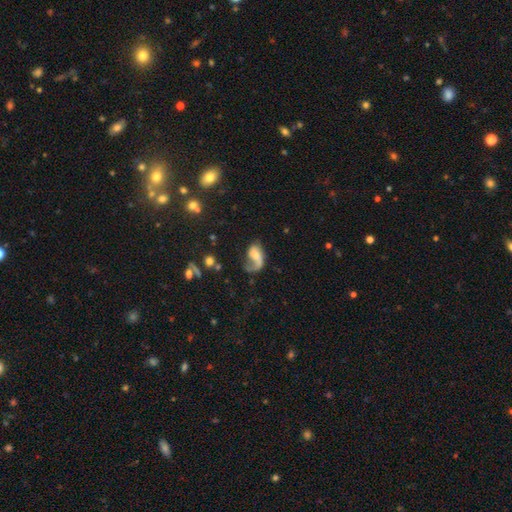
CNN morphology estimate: Smooth or featured?
  - featured or disk: 61% *
  - smooth: 30%
  - star or artifact: 9%
Edge-on disk?
  - no: 97% *
  - yes: 3%
Bar?
  - no: 62% *
  - weak: 31%
  - strong: 7%
Spiral arms?
  - yes: 86% *
  - no: 14%
Spiral winding?
  - loose: 62% *
  - medium: 28%
  - tight: 11%
Spiral arm count?
  - 1: 71% *
  - 2: 21%
  - can't tell: 5%
  - 3: 1%
  - more than 4: 1%
  - 4: 1%
Bulge size?
  - small: 39% *
  - moderate: 30%
  - none: 21%
  - large: 7%
  - dominant: 2%
Merging?
  - major disturbance: 41% *
  - none: 33%
  - minor disturbance: 21%
  - merger: 5%